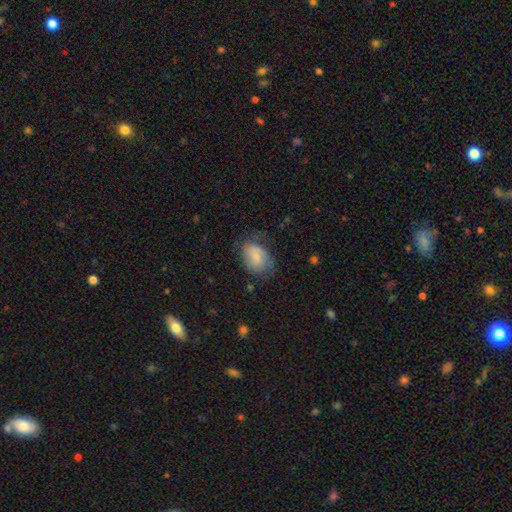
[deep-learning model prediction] A smooth galaxy with no disk features (69%) that is in between round and cigar-shaped (81%). Merging: none (51%).